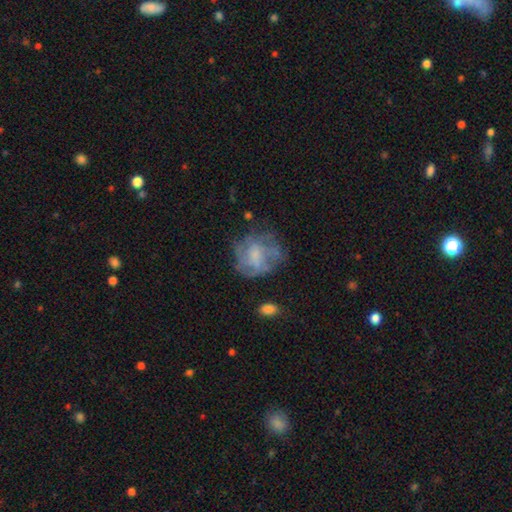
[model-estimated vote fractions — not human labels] A featured or disk galaxy (58%) with no bar (71%), spiral arms (53%) and a small central bulge (37%).

Vote fractions:
- Smooth or featured? featured or disk: 58% / smooth: 33% / star or artifact: 10%
- Edge-on disk? no: 98% / yes: 2%
- Bar? no: 71% / weak: 25% / strong: 4%
- Spiral arms? yes: 53% / no: 47%
- Bulge size? small: 37% / none: 33% / moderate: 25% / large: 4% / dominant: 1%
- Merging? none: 55% / minor disturbance: 22% / major disturbance: 19% / merger: 3%